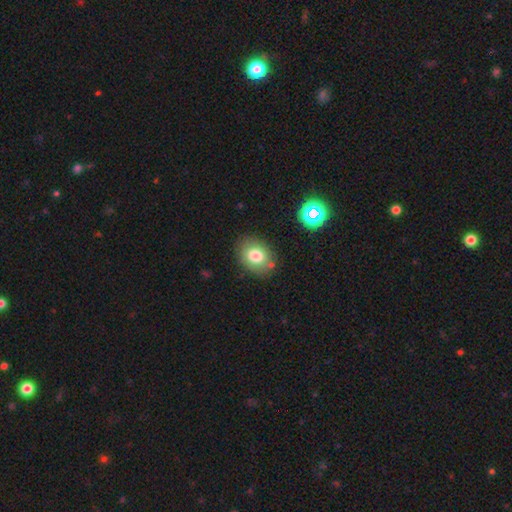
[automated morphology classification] Smooth or featured? Predicted: smooth (p=0.77). How rounded? Predicted: in between (p=0.58). Merging? Predicted: none (p=0.80).